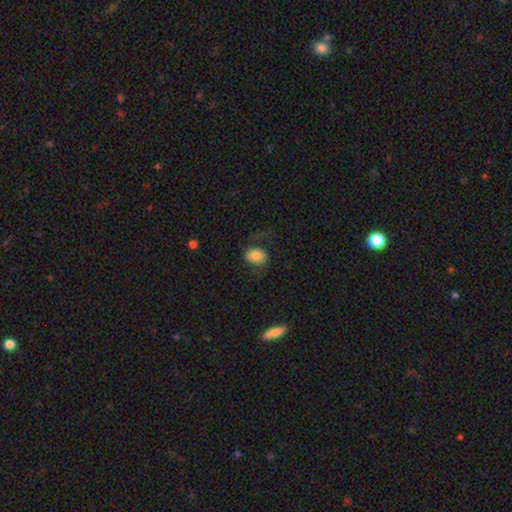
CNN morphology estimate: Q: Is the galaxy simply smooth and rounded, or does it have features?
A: smooth — 71%.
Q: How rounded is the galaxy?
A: in between — 66%.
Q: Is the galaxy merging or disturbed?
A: none — 59%.